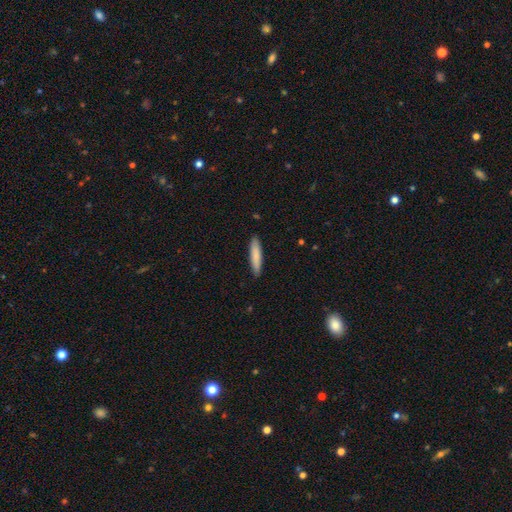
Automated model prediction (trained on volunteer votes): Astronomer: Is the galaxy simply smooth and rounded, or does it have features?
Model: smooth — 83%.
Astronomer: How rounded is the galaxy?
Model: cigar-shaped — 86%.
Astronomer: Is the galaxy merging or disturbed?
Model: none — 89%.